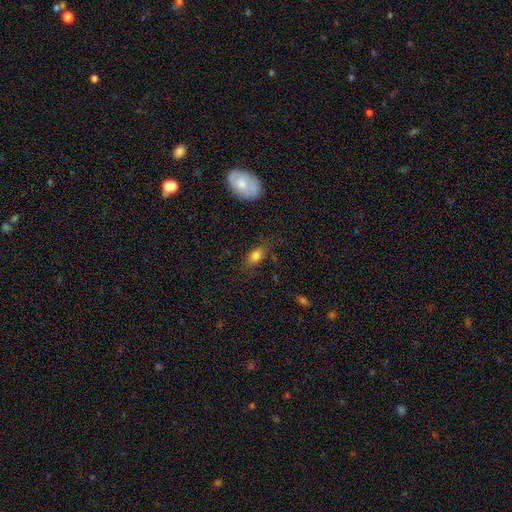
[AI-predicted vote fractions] Smooth or featured? Predicted: smooth (p=0.77). How rounded? Predicted: in between (p=0.77). Merging? Predicted: none (p=0.73).